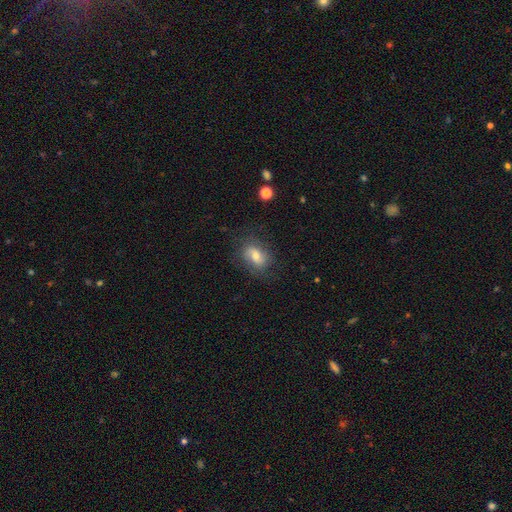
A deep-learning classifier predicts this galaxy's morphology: Smooth or featured? smooth (55%)
How rounded? in between (72%)
Merging? none (71%)